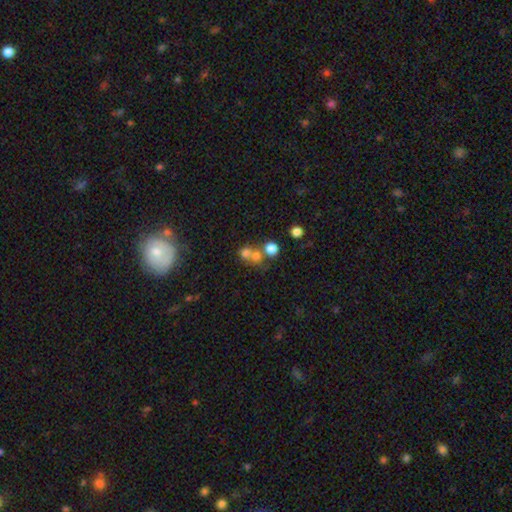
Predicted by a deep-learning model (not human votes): Smooth or featured: smooth — 69% (star or artifact — 17%)
How rounded: round — 83% (in between — 16%)
Merging: merger — 47% (none — 42%)